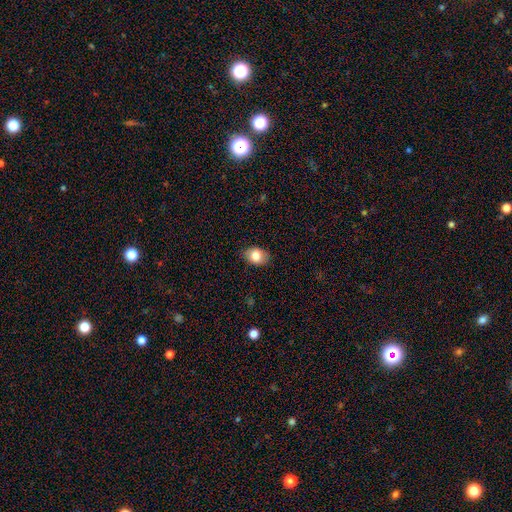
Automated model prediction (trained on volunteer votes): This is clearly a smooth galaxy (82%). How rounded: likely in between (75%). Merging: clearly none (85%).